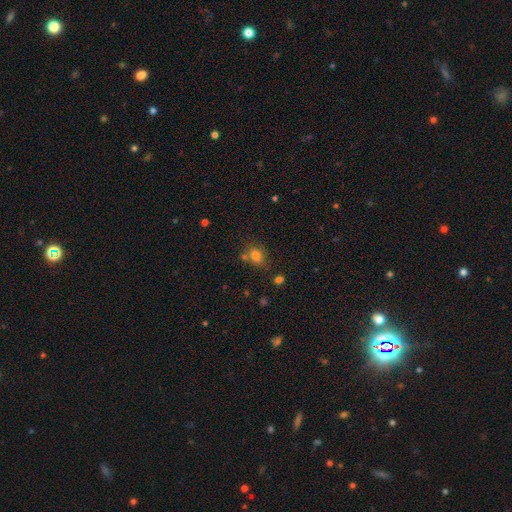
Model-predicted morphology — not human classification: Q: Smooth or featured?
A: smooth (77%); runner-up: star or artifact (15%)
Q: How rounded?
A: round (54%); runner-up: in between (45%)
Q: Merging?
A: none (71%); runner-up: minor disturbance (13%)